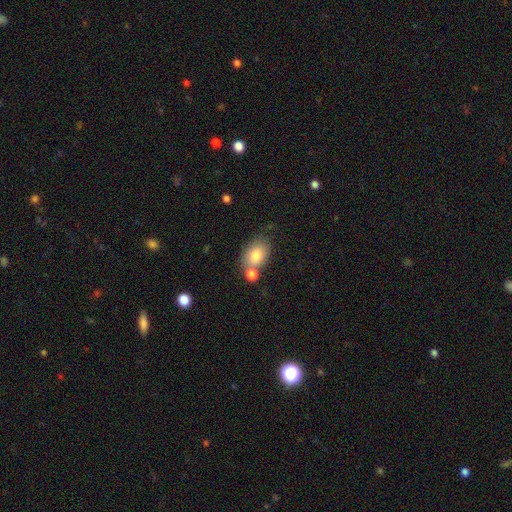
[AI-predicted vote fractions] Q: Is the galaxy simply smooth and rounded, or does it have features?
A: smooth — 80%.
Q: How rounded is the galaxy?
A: in between — 82%.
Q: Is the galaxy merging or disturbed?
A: none — 56%.